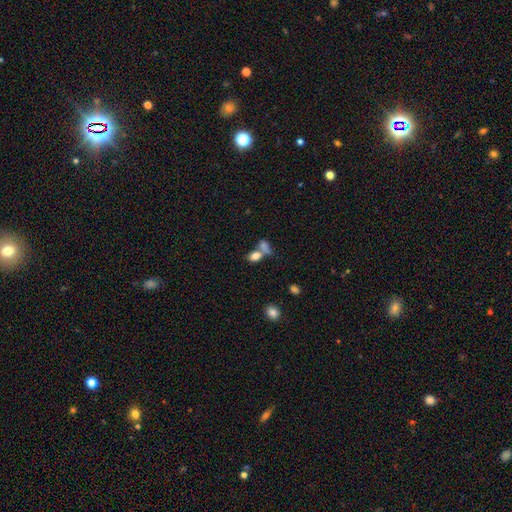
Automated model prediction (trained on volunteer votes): Morphology: type=smooth (80%); roundness=in between (83%); merging=merger (52%).